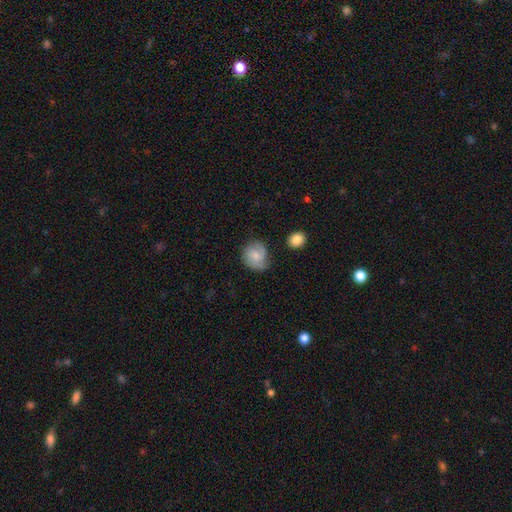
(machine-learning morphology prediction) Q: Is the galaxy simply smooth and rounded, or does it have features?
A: featured or disk — 47%.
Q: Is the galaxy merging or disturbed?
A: none — 63%.